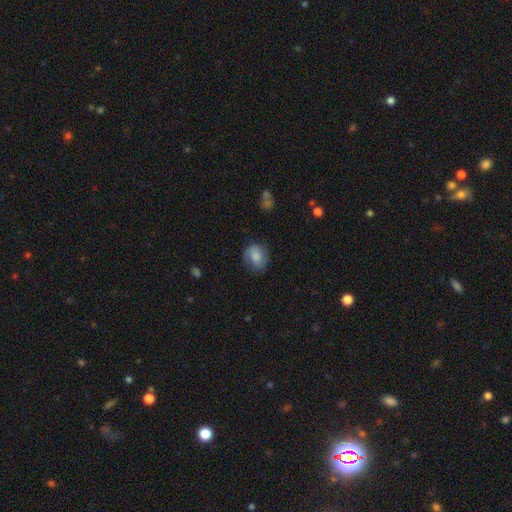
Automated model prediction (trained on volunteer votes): A smooth galaxy with no disk features (64%) that is round (58%).

Vote fractions:
- Smooth or featured? smooth: 64% / featured or disk: 28% / star or artifact: 8%
- How rounded? round: 58% / in between: 41% / cigar-shaped: 1%
- Merging? none: 71% / minor disturbance: 20% / major disturbance: 7% / merger: 1%